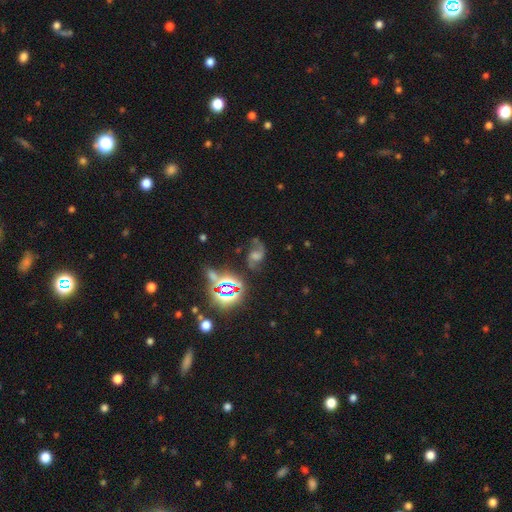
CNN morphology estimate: Smooth or featured? featured or disk (60%)
Edge-on disk? no (96%)
Bar? no (49%)
Spiral arms? yes (93%)
Spiral winding? loose (49%)
Spiral arm count? 2 (86%)
Bulge size? moderate (41%)
Merging? none (63%)